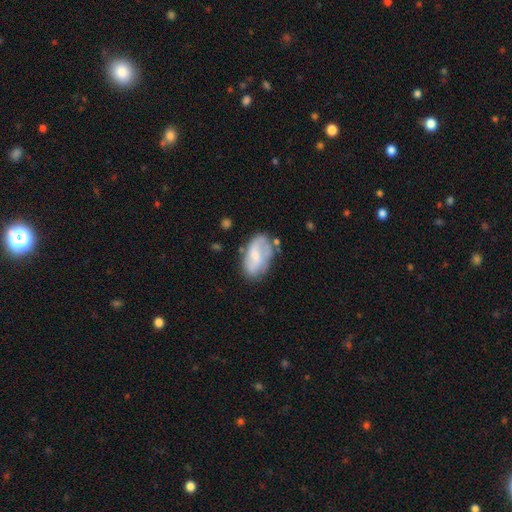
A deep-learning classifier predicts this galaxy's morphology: The model was most divided on "bar": weak: 45%, no: 41%, strong: 13%. Remaining: edge-on disk — no (96%); spiral arms — yes (78%); merging — none (58%); smooth or featured — featured or disk (54%); bulge size — small (45%).